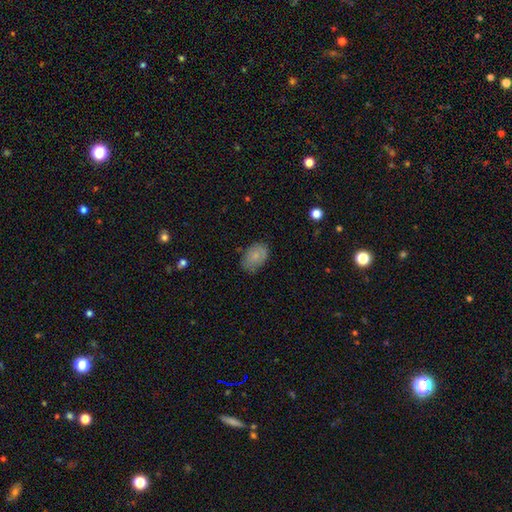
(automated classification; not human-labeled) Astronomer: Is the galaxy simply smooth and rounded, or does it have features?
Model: smooth — 76%.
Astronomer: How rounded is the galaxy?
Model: in between — 83%.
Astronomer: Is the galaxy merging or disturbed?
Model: none — 71%.